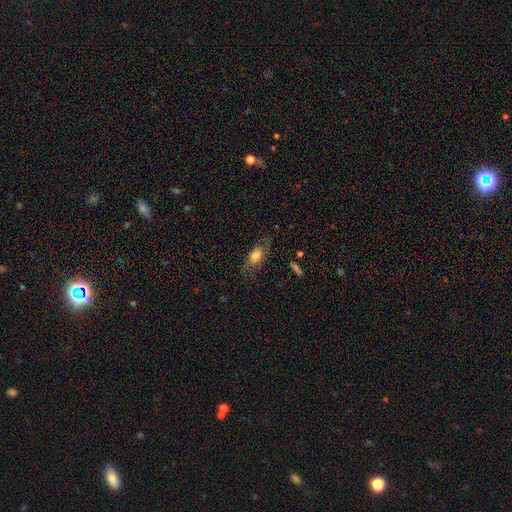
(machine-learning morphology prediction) type=smooth (70%); roundness=in between (85%); merging=none (67%).